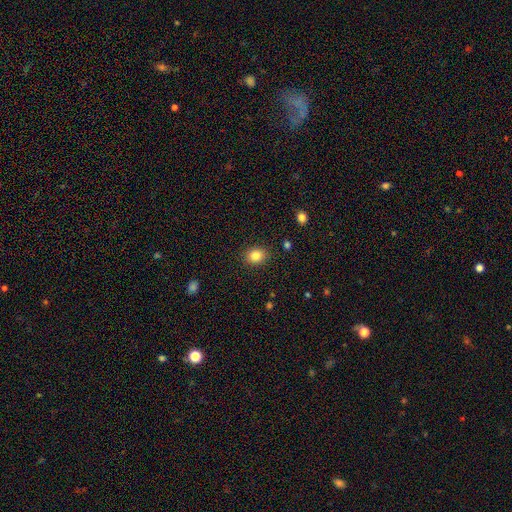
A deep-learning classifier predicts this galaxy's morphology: smooth_or_featured: smooth (p=0.84) [alt: star or artifact p=0.11]
how_rounded: round (p=0.58) [alt: in between p=0.41]
merging: none (p=0.89) [alt: minor disturbance p=0.08]